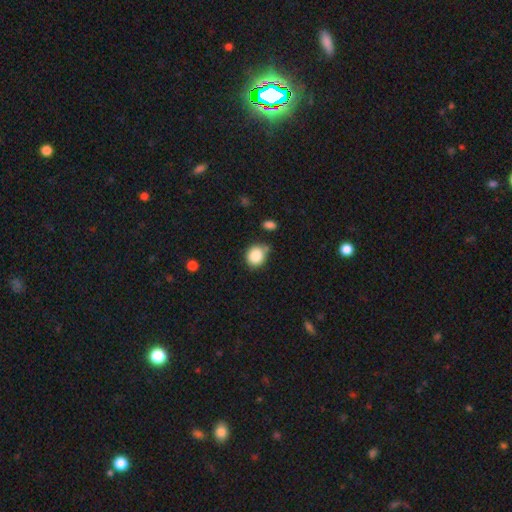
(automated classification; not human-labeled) This is clearly a smooth galaxy (86%). How rounded: likely round (77%). Merging: likely none (61%).